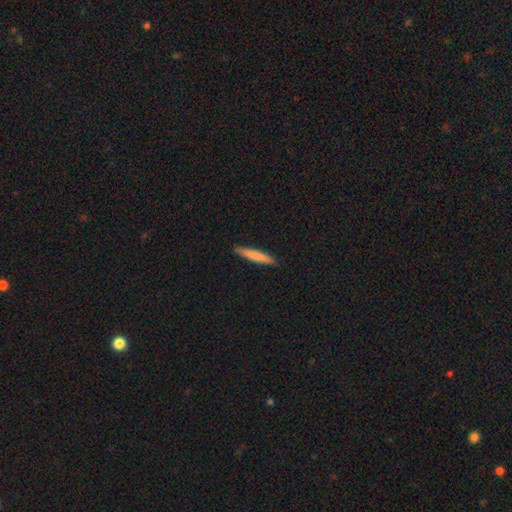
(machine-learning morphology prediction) smooth-or-featured: smooth: 76% | featured or disk: 19% | star or artifact: 5%
  how-rounded: cigar-shaped: 93% | in between: 6% | round: 1%
  merging: none: 90% | minor disturbance: 8% | major disturbance: 1% | merger: 1%